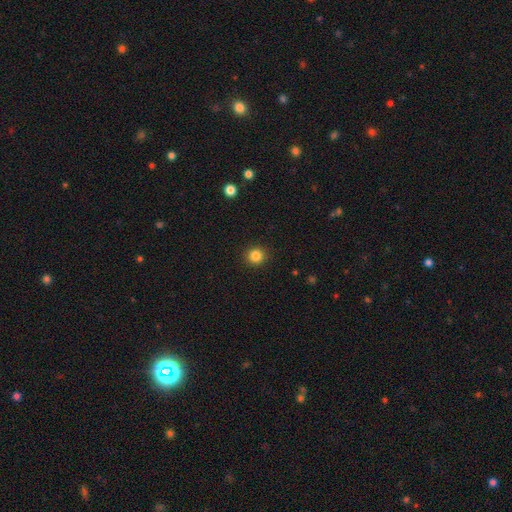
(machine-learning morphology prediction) This is clearly a smooth galaxy (84%). How rounded: clearly round (92%). Merging: clearly none (92%).